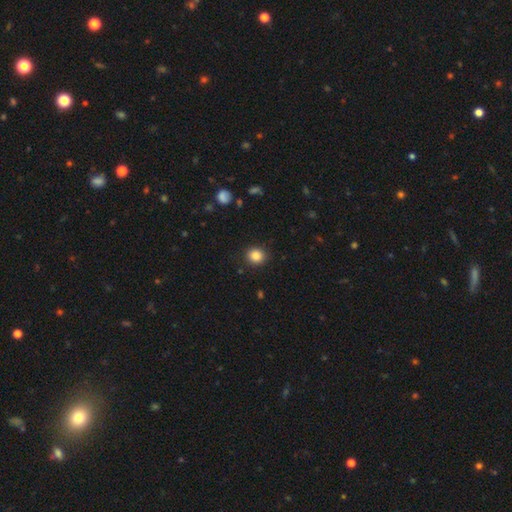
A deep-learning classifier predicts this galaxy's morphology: This is clearly a smooth galaxy (85%). How rounded: clearly round (82%). Merging: clearly none (90%).